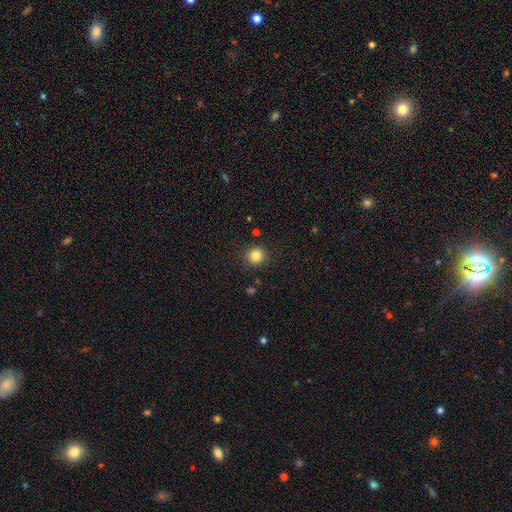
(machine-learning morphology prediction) This is clearly a smooth galaxy (83%). How rounded: clearly round (92%). Merging: clearly none (90%).